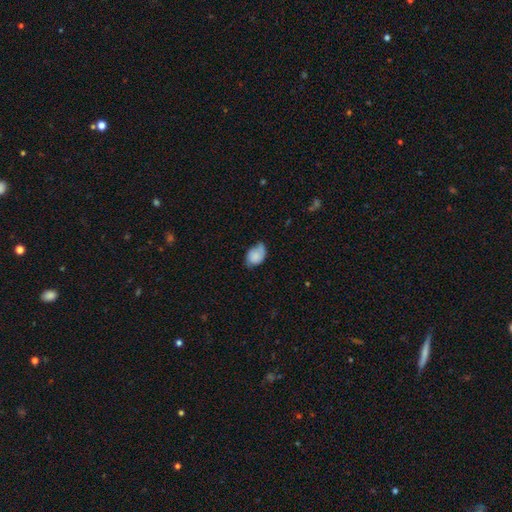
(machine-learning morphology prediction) Smooth or featured? smooth (70%)
How rounded? in between (73%)
Merging? none (44%)